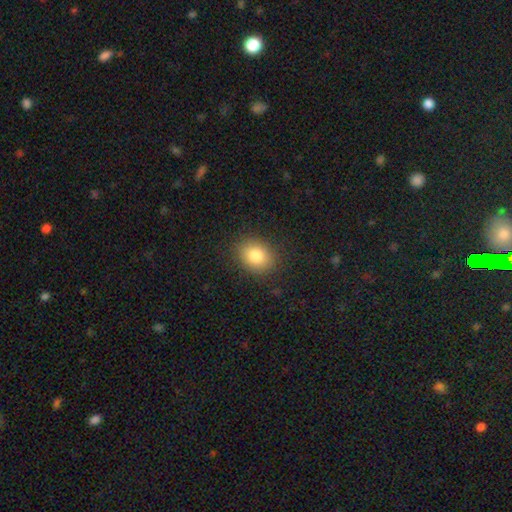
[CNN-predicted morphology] A smooth galaxy with no disk features (83%) that is round (52%).

Vote fractions:
- Smooth or featured? smooth: 83% / star or artifact: 9% / featured or disk: 8%
- How rounded? round: 52% / in between: 47% / cigar-shaped: 1%
- Merging? none: 87% / minor disturbance: 9% / major disturbance: 3% / merger: 1%